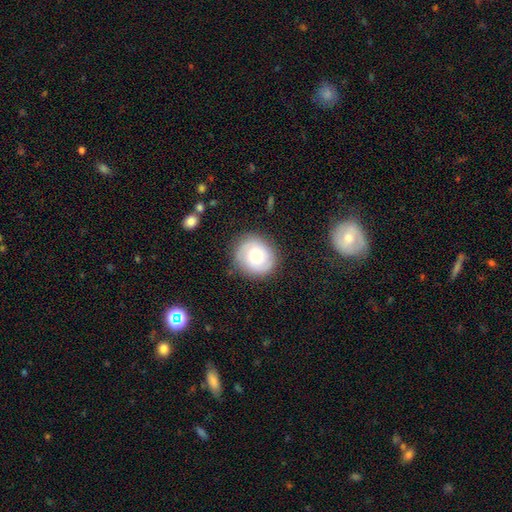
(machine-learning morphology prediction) Smooth or featured? smooth (60%)
How rounded? round (85%)
Merging? none (84%)